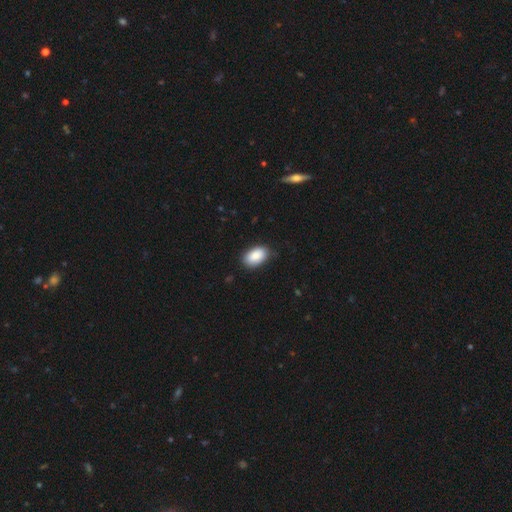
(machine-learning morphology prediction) smooth 89%, star or artifact 7%, featured or disk 5%. Down the decision tree: how rounded — in between (93%); merging — none (83%).